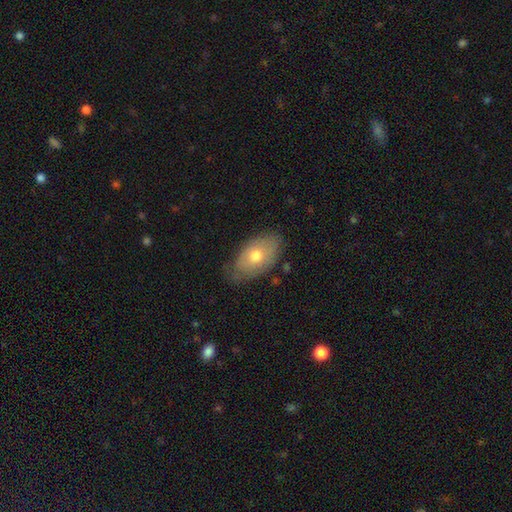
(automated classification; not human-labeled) smooth-or-featured: smooth: 61% | featured or disk: 32% | star or artifact: 7%
  how-rounded: in between: 92% | round: 6% | cigar-shaped: 2%
  merging: none: 70% | minor disturbance: 24% | major disturbance: 5% | merger: 1%